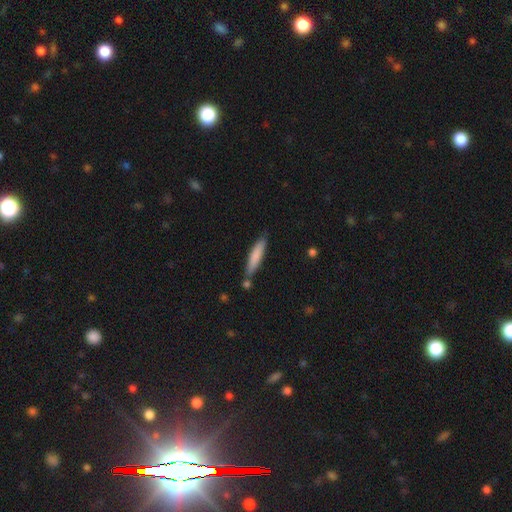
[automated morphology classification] A smooth galaxy with no disk features (77%) that is cigar-shaped (87%).

Vote fractions:
- Smooth or featured? smooth: 77% / featured or disk: 17% / star or artifact: 6%
- How rounded? cigar-shaped: 87% / in between: 11% / round: 1%
- Merging? none: 75% / minor disturbance: 15% / merger: 7% / major disturbance: 3%